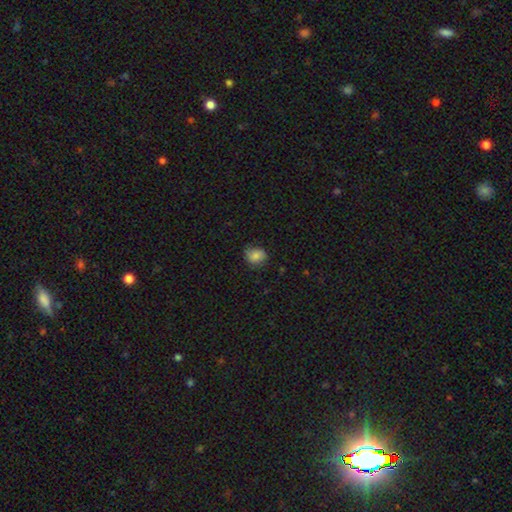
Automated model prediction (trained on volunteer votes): Overall: smooth (80%). How rounded: round (63%; in between 36%). Merging: none (70%).